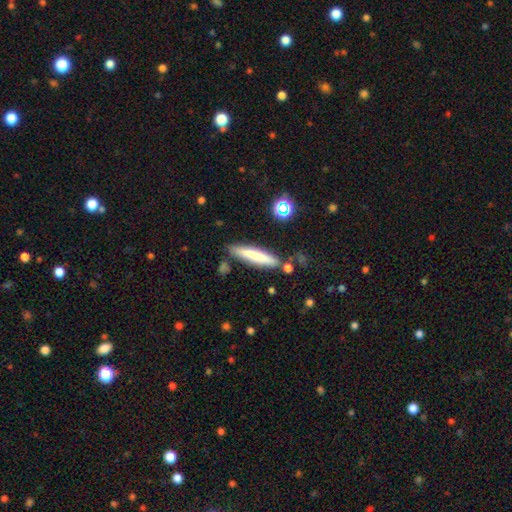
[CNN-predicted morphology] A smooth galaxy with no disk features (75%) that is cigar-shaped (87%). Merging: none (81%).